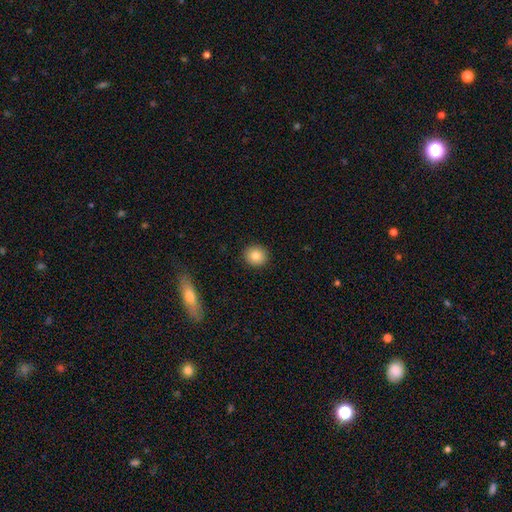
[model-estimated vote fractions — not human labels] Overall: smooth (84%). How rounded: round (86%). Merging: none (91%).